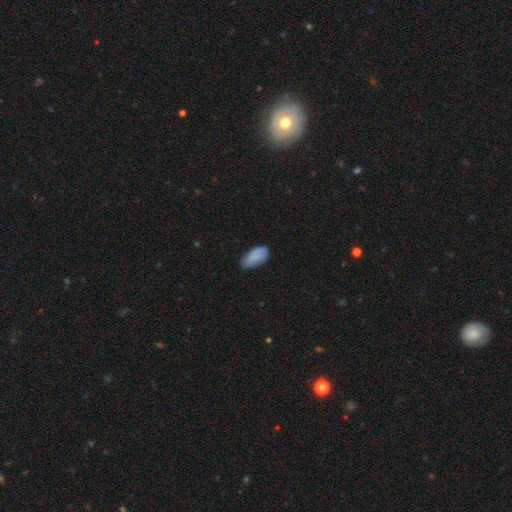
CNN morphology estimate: type=smooth (85%); roundness=in between (94%); merging=none (68%).